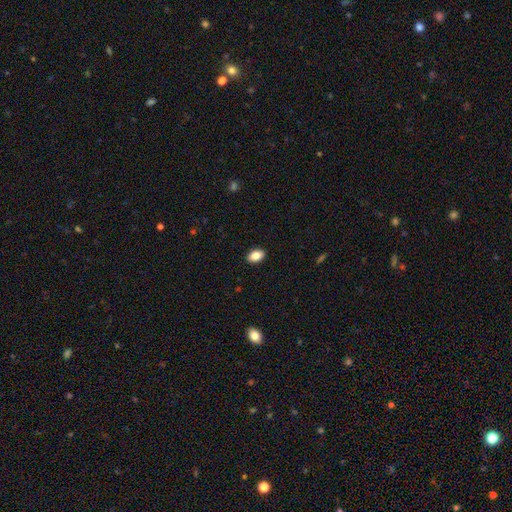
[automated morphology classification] smooth_or_featured: smooth (p=0.86) [alt: star or artifact p=0.08]
how_rounded: in between (p=0.87) [alt: round p=0.11]
merging: none (p=0.90) [alt: minor disturbance p=0.07]